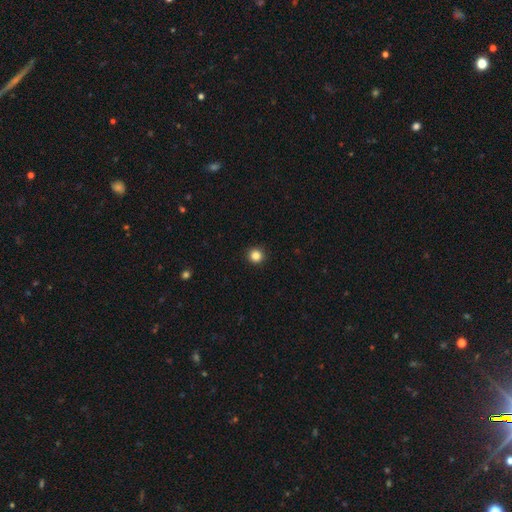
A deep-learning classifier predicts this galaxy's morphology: This appears to be a smooth galaxy with no disk features (85%) that is round (96%). Merging: none (94%).